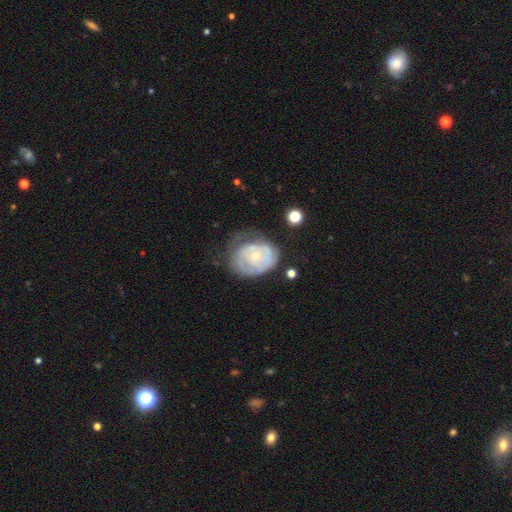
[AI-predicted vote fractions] smooth_or_featured: featured or disk (p=0.65) [alt: smooth p=0.28]
disk_edge_on: no (p=0.96) [alt: yes p=0.04]
bar: no (p=0.81) [alt: weak p=0.15]
has_spiral_arms: yes (p=0.60) [alt: no p=0.40]
bulge_size: small (p=0.61) [alt: moderate p=0.35]
merging: none (p=0.47) [alt: minor disturbance p=0.31]